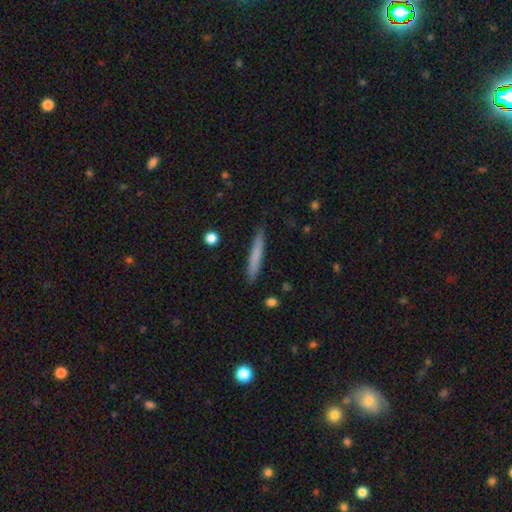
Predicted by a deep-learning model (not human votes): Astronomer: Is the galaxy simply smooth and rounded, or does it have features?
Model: smooth — 74%.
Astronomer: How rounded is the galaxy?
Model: cigar-shaped — 95%.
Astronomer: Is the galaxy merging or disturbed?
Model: none — 88%.